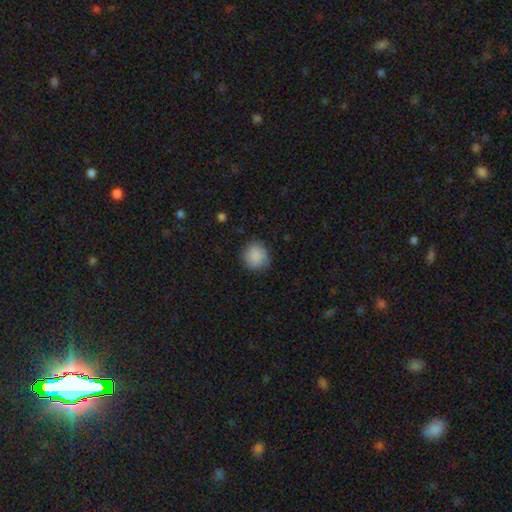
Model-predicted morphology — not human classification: Smooth or featured: smooth — 89% (star or artifact — 7%)
How rounded: round — 87% (in between — 12%)
Merging: none — 84% (minor disturbance — 12%)